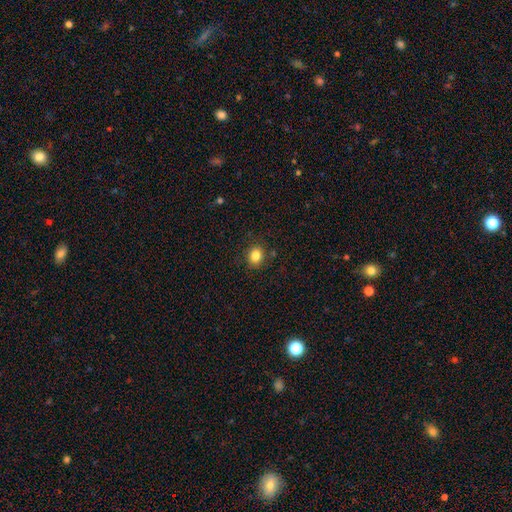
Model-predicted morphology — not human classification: smooth_or_featured: smooth (p=0.83) [alt: star or artifact p=0.11]
how_rounded: round (p=0.65) [alt: in between p=0.34]
merging: none (p=0.87) [alt: minor disturbance p=0.09]